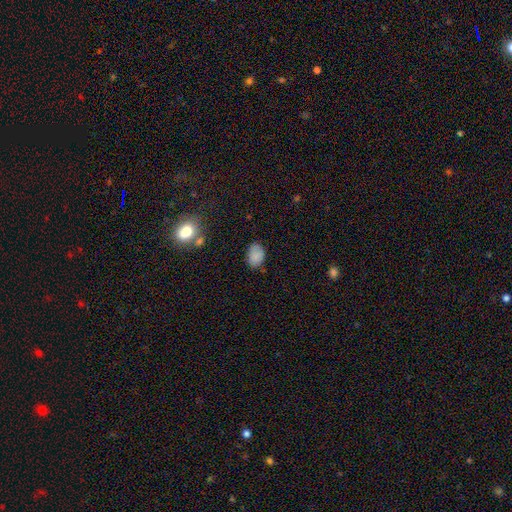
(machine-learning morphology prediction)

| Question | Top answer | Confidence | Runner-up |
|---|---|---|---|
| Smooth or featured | smooth | 83% | star or artifact (10%) |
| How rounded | in between | 82% | round (16%) |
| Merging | none | 70% | minor disturbance (23%) |